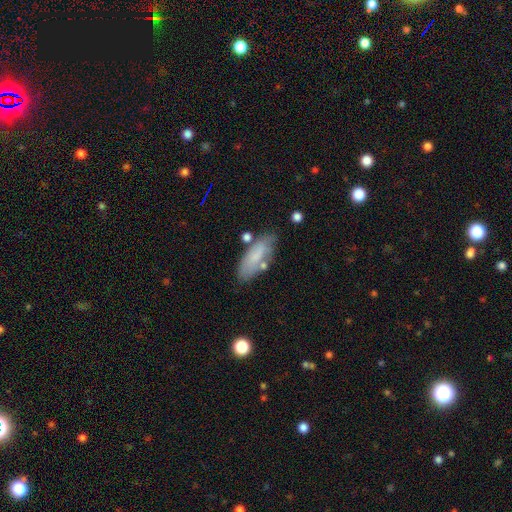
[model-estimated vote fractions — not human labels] Smooth or featured?
  - smooth: 73% *
  - featured or disk: 20%
  - star or artifact: 7%
How rounded?
  - in between: 72% *
  - cigar-shaped: 26%
  - round: 2%
Merging?
  - none: 68% *
  - minor disturbance: 19%
  - merger: 7%
  - major disturbance: 5%